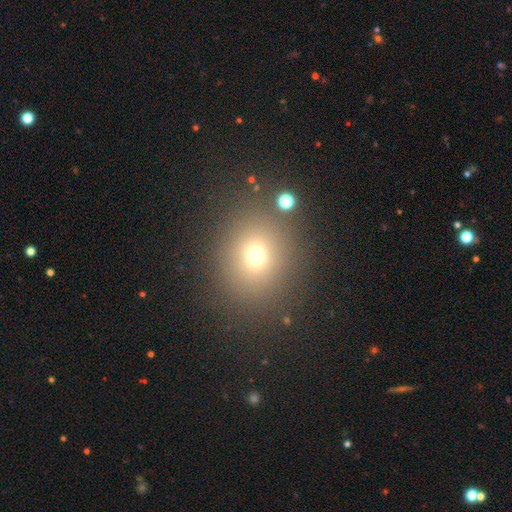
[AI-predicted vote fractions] A smooth galaxy with no disk features (70%) that is round (78%). Merging: none (83%).